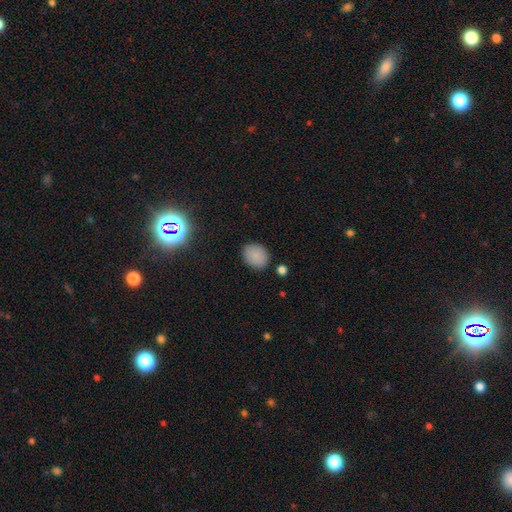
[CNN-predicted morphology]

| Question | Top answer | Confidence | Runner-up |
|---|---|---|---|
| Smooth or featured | smooth | 86% | star or artifact (10%) |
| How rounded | round | 50% | in between (49%) |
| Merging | none | 85% | minor disturbance (10%) |